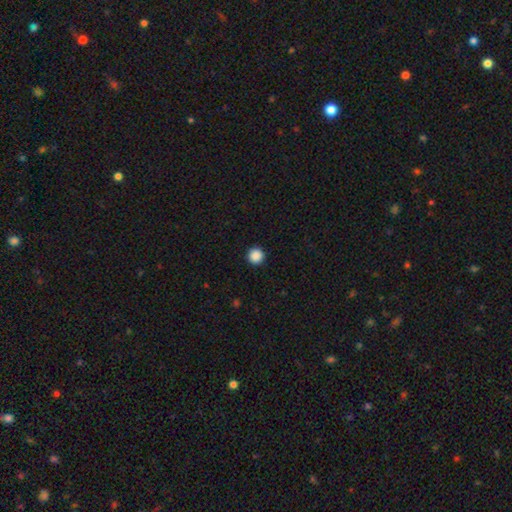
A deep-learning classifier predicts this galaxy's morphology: Smooth or featured: smooth — 88% (star or artifact — 9%)
How rounded: round — 96% (in between — 3%)
Merging: none — 93% (minor disturbance — 4%)